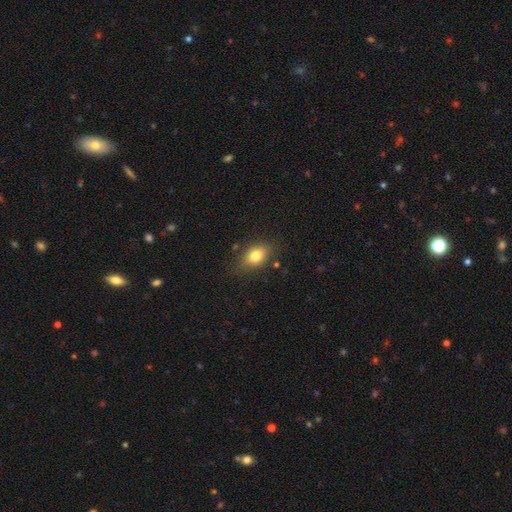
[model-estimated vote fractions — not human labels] The model was most divided on "how rounded": in between: 76%, round: 21%, cigar-shaped: 3%. More confident: smooth or featured — smooth (78%); merging — none (77%).